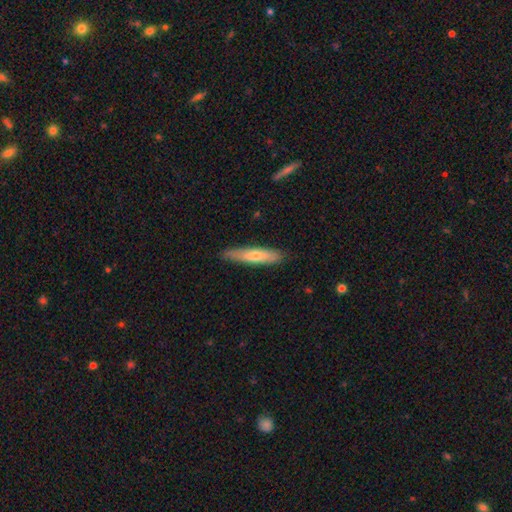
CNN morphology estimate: Overall: smooth (62%; featured or disk 32%). How rounded: cigar-shaped (86%). Merging: none (85%).